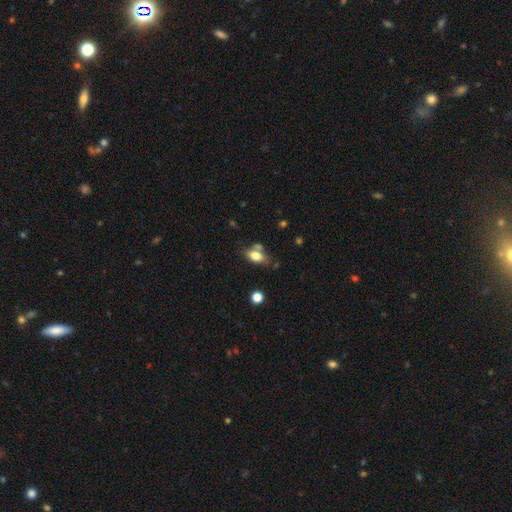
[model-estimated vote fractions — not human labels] Morphology: type=smooth (75%); roundness=in between (85%); merging=none (57%).